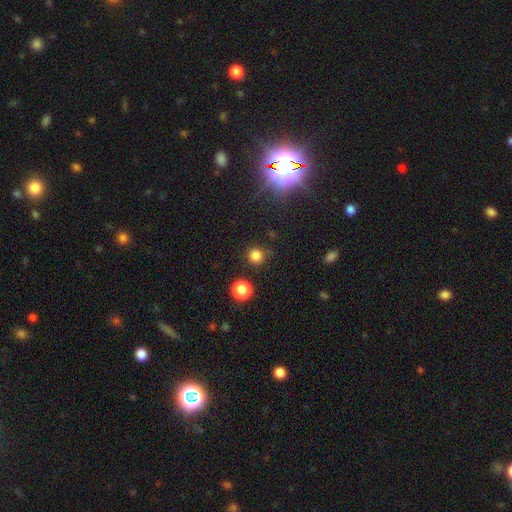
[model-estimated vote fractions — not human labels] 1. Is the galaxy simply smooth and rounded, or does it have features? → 79% smooth, 17% star or artifact, 4% featured or disk.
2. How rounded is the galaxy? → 92% round, 7% in between, 1% cigar-shaped.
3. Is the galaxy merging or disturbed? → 83% none, 10% minor disturbance, 4% major disturbance, 4% merger.